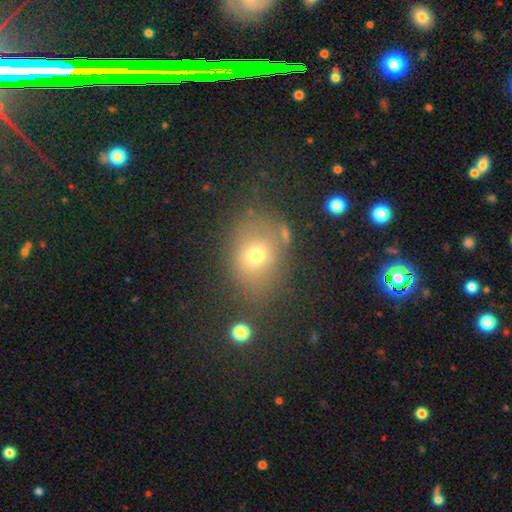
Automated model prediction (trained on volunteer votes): smooth 66%, star or artifact 17%, featured or disk 17%. Down the decision tree: how rounded — in between (54%); merging — none (66%).